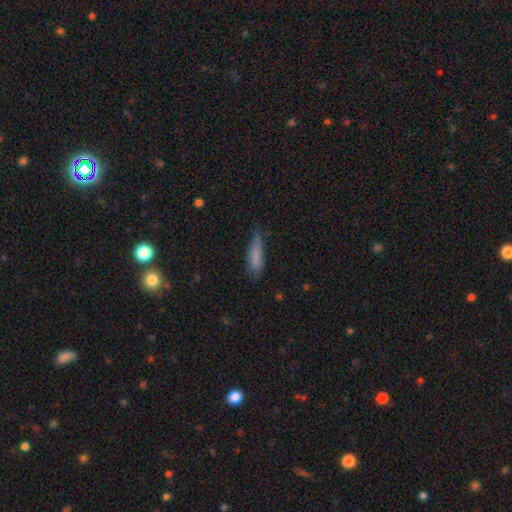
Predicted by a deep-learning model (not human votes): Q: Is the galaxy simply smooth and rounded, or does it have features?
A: smooth — 80%.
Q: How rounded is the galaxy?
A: cigar-shaped — 64%.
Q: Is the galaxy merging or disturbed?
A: none — 59%.